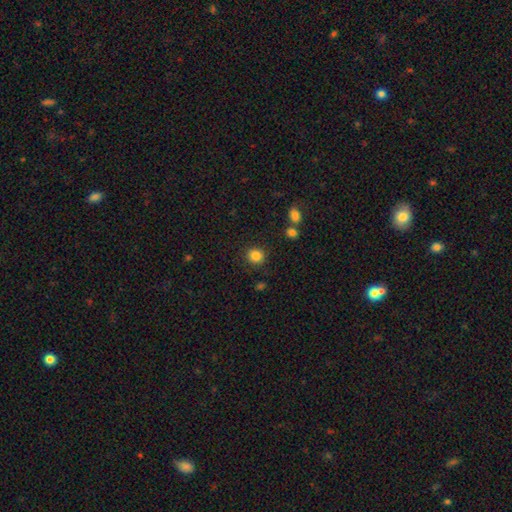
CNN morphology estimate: Q: Smooth or featured?
A: smooth (85%); runner-up: star or artifact (11%)
Q: How rounded?
A: round (88%); runner-up: in between (11%)
Q: Merging?
A: none (88%); runner-up: minor disturbance (7%)